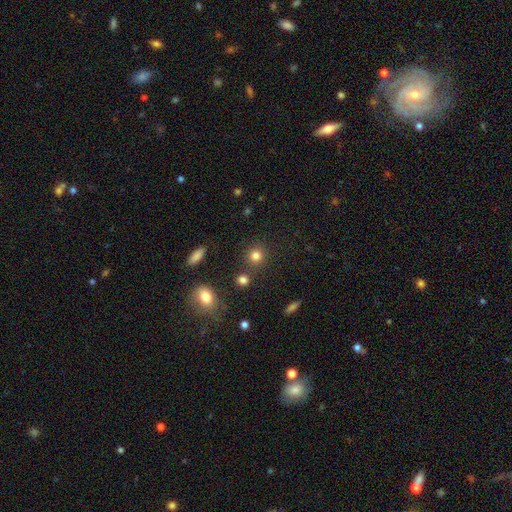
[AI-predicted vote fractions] A smooth galaxy with no disk features (81%) that is round (89%). Merging: none (82%).